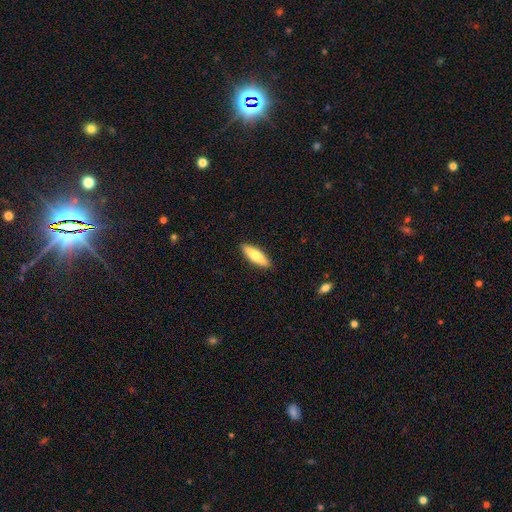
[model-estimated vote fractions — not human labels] Smooth or featured: smooth — 71% (featured or disk — 24%)
How rounded: cigar-shaped — 54% (in between — 44%)
Merging: none — 90% (minor disturbance — 7%)